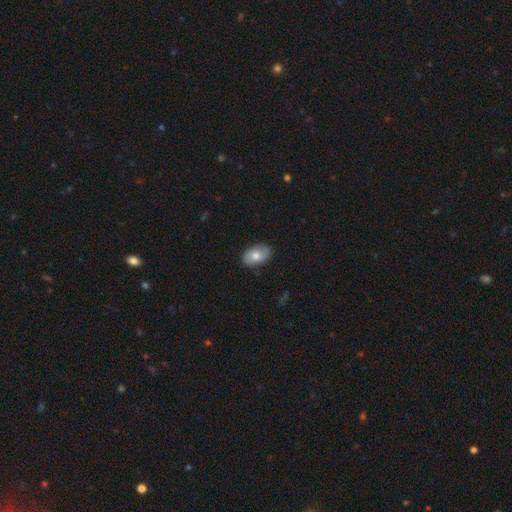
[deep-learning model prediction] Overall: smooth (59%; featured or disk 34%). How rounded: in between (90%). Merging: none (83%).